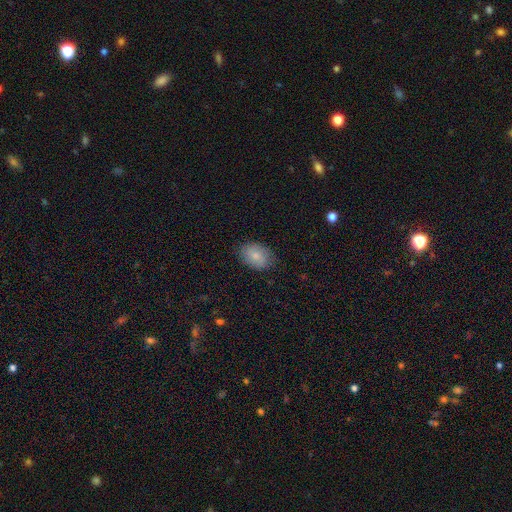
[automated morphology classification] A smooth galaxy with no disk features (81%) that is in between round and cigar-shaped (82%).

Vote fractions:
- Smooth or featured? smooth: 81% / featured or disk: 13% / star or artifact: 7%
- How rounded? in between: 82% / round: 16% / cigar-shaped: 1%
- Merging? none: 82% / minor disturbance: 14% / major disturbance: 3% / merger: 1%